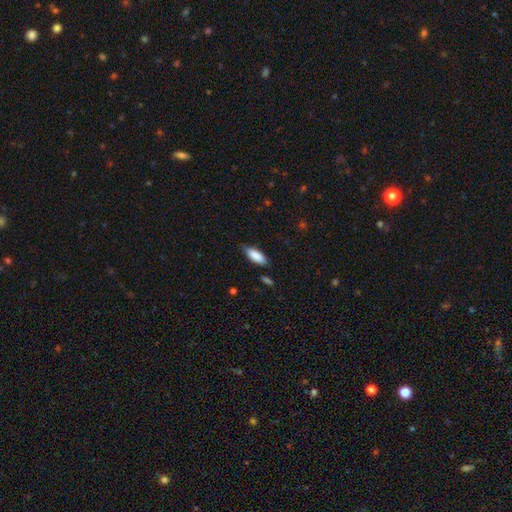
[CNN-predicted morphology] type=smooth (87%); roundness=in between (75%); merging=none (76%).